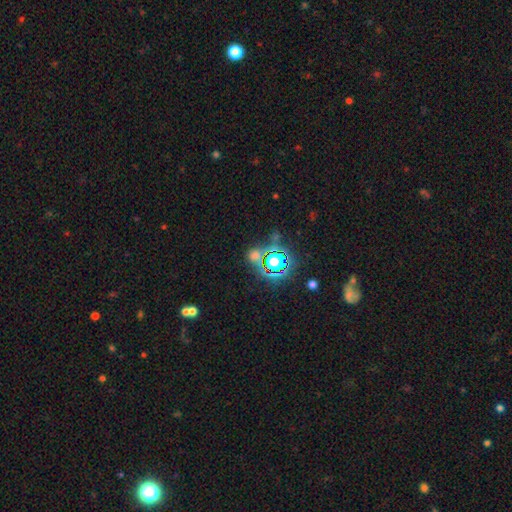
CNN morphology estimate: A star or artifact, not a galaxy (56%).

Vote fractions:
- Smooth or featured? star or artifact: 56% / smooth: 35% / featured or disk: 9%